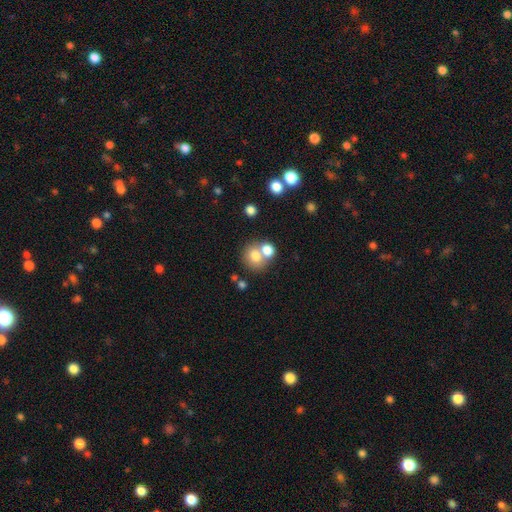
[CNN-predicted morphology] Overall: smooth (74%). How rounded: round (73%). Merging: none (45%; merger 43%).